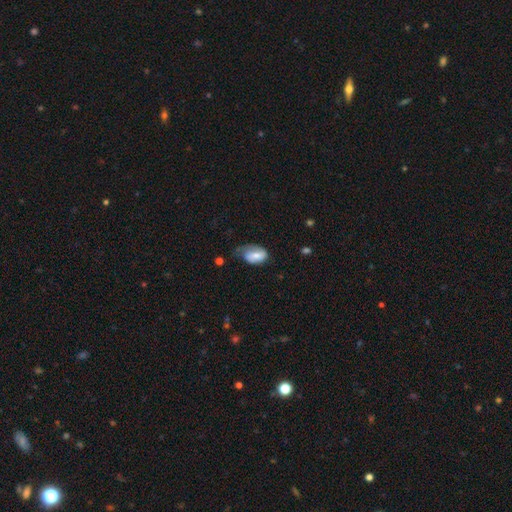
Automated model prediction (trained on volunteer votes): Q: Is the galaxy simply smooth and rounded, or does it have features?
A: smooth — 57%.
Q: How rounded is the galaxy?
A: in between — 90%.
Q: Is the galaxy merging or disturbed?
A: minor disturbance — 37%.